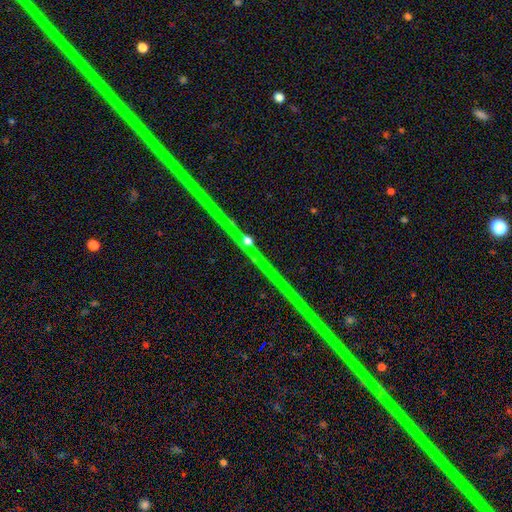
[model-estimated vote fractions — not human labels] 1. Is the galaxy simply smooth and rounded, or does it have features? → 88% star or artifact, 7% featured or disk, 5% smooth.